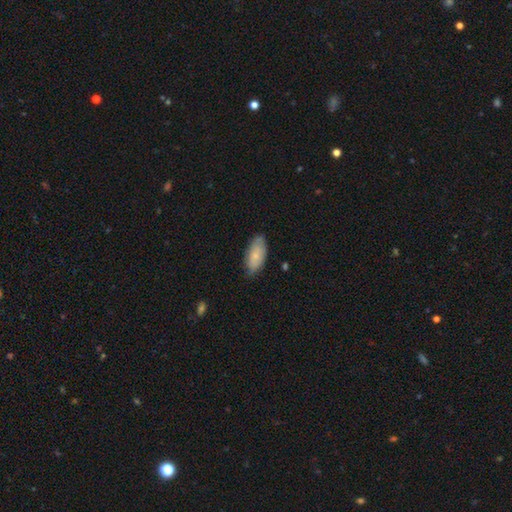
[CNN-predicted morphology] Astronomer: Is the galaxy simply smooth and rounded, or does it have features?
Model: smooth — 75%.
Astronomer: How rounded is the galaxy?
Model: in between — 91%.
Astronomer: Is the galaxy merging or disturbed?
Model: none — 75%.